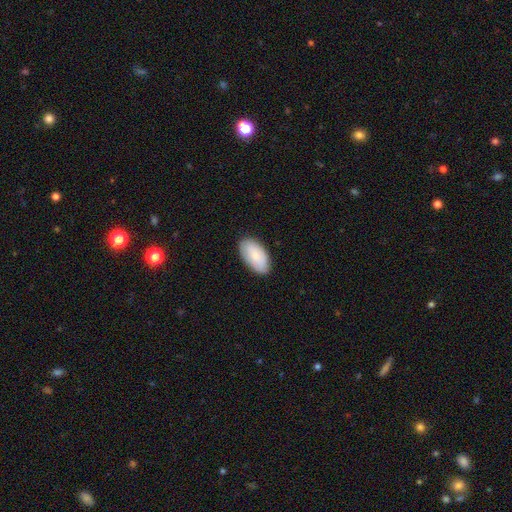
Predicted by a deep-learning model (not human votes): The model was most divided on "smooth or featured": smooth: 81%, featured or disk: 14%, star or artifact: 5%. More confident: how rounded — in between (96%); merging — none (85%).